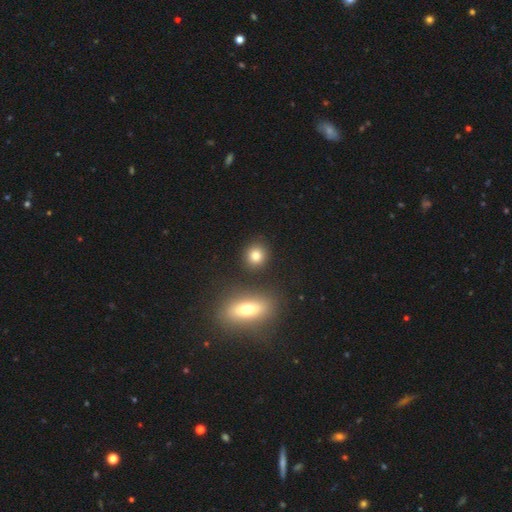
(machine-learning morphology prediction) smooth-or-featured: smooth: 81% | star or artifact: 11% | featured or disk: 8%
  how-rounded: round: 80% | in between: 18% | cigar-shaped: 2%
  merging: none: 85% | minor disturbance: 7% | merger: 6% | major disturbance: 3%